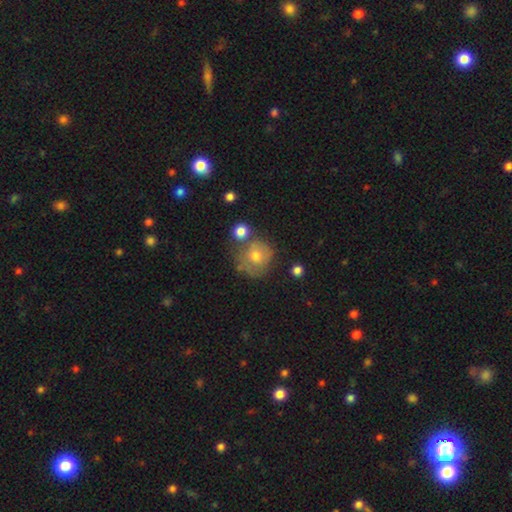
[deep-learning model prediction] smooth_or_featured: smooth (p=0.65) [alt: featured or disk p=0.25]
how_rounded: round (p=0.88) [alt: in between p=0.11]
merging: none (p=0.56) [alt: minor disturbance p=0.19]